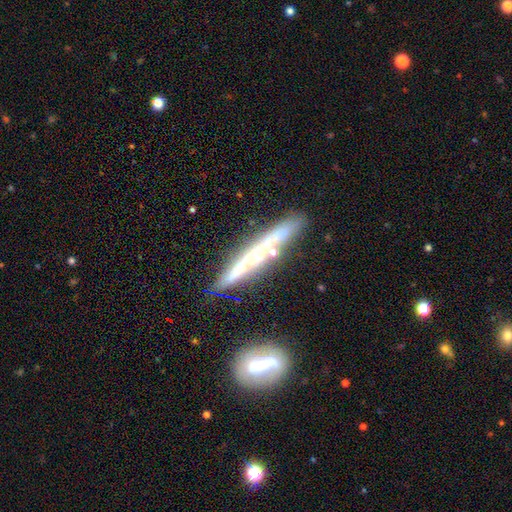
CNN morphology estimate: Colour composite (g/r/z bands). It shows a featured or disk galaxy (67%) viewed edge-on (93%) with no central bulge (47%, tied with rounded). Merging: none (79%).